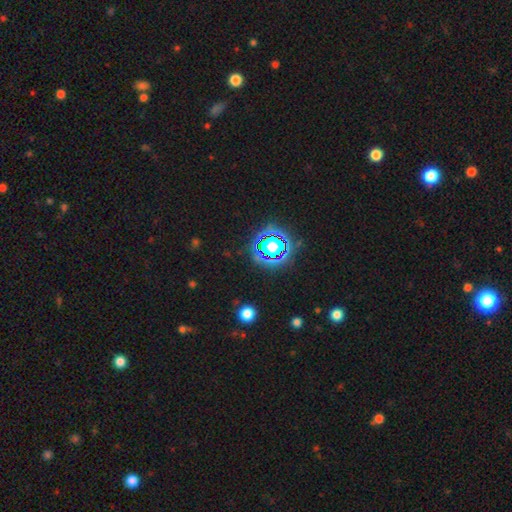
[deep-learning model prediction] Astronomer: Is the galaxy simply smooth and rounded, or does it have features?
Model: star or artifact — 79%.